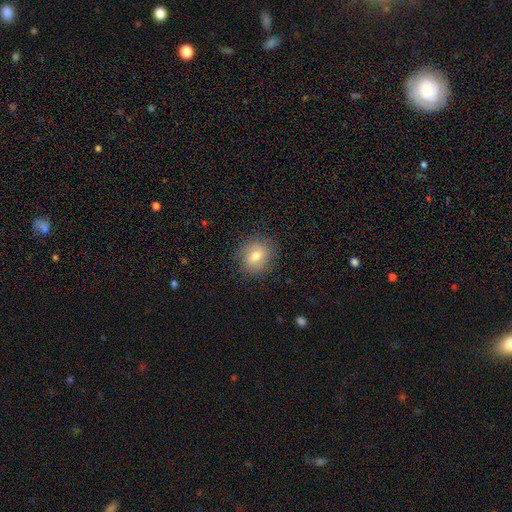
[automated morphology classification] Smooth or featured?
  - smooth: 70% *
  - featured or disk: 20%
  - star or artifact: 10%
How rounded?
  - round: 67% *
  - in between: 32%
  - cigar-shaped: 1%
Merging?
  - none: 81% *
  - minor disturbance: 14%
  - major disturbance: 4%
  - merger: 1%